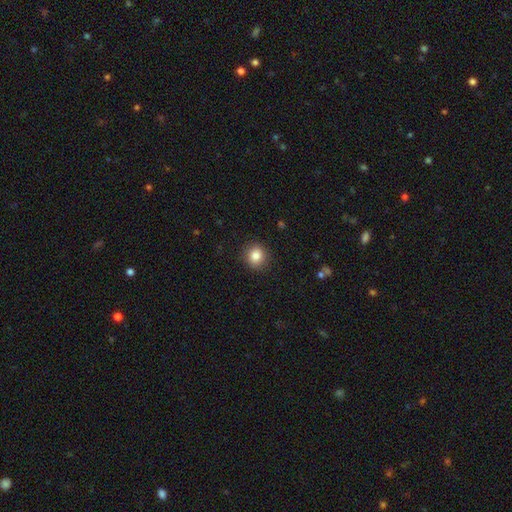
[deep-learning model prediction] A smooth galaxy with no disk features (84%) that is round (88%).

Vote fractions:
- Smooth or featured? smooth: 84% / star or artifact: 10% / featured or disk: 6%
- How rounded? round: 88% / in between: 11% / cigar-shaped: 1%
- Merging? none: 91% / minor disturbance: 6% / major disturbance: 2% / merger: 1%